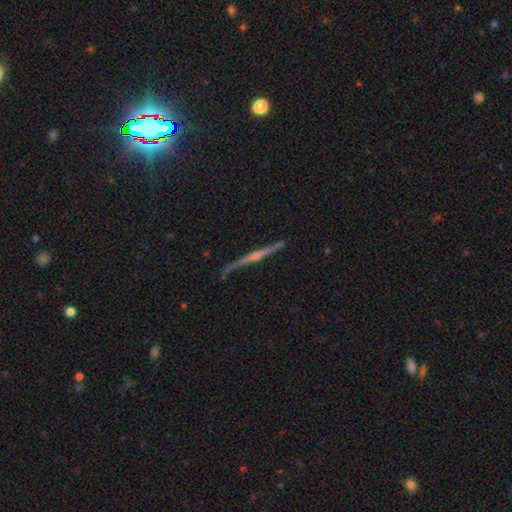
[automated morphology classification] smooth_or_featured: featured or disk (p=0.66) [alt: star or artifact p=0.20]
disk_edge_on: yes (p=0.93) [alt: no p=0.07]
edge_on_bulge: rounded (p=0.73) [alt: none p=0.17]
merging: none (p=0.83) [alt: minor disturbance p=0.11]